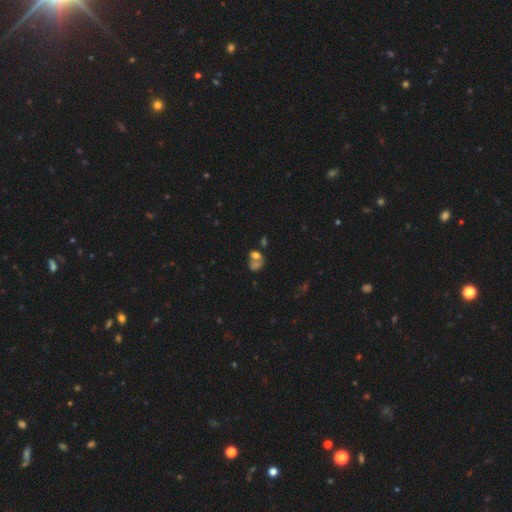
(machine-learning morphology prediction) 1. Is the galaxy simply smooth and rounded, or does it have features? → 59% smooth, 24% featured or disk, 17% star or artifact.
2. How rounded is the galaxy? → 60% in between, 39% round, 2% cigar-shaped.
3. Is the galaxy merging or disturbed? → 49% merger, 26% none, 14% major disturbance, 11% minor disturbance.